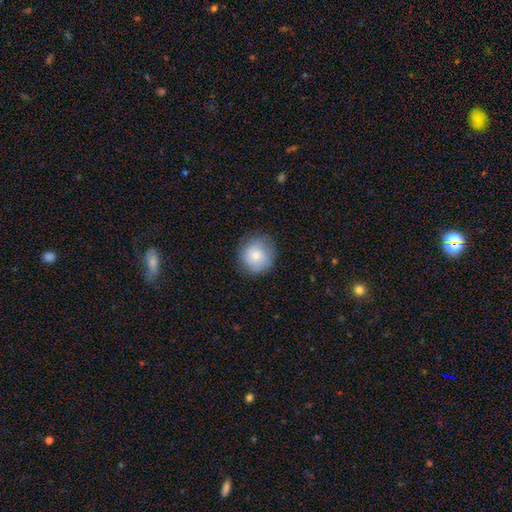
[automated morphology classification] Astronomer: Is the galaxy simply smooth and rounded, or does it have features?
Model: smooth — 79%.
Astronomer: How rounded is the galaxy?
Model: round — 91%.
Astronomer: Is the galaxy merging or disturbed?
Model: none — 80%.